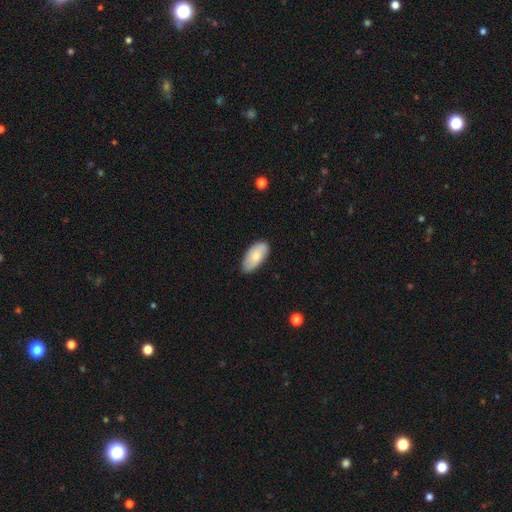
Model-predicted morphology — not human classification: This appears to be a smooth galaxy with no disk features (76%) that is in between round and cigar-shaped (93%). Merging: none (84%).